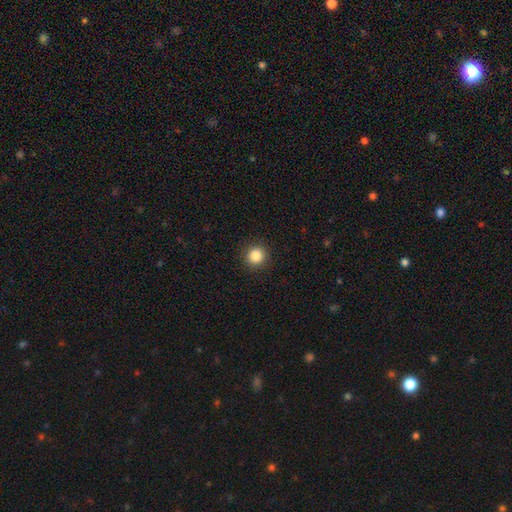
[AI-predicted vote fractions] Smooth or featured? Predicted: smooth (p=0.85). How rounded? Predicted: round (p=0.94). Merging? Predicted: none (p=0.92).